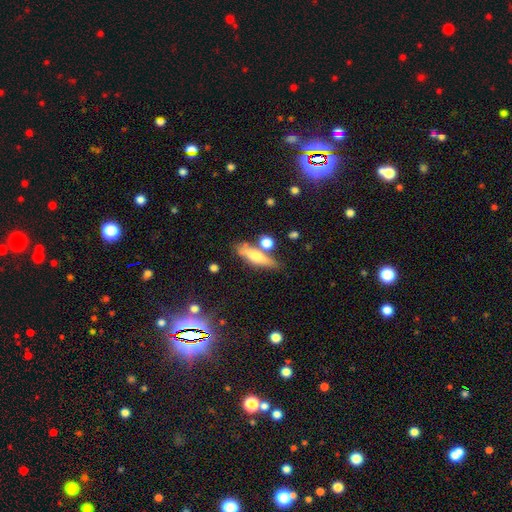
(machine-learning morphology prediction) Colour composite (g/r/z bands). It shows a smooth galaxy with no disk features (57%) that is cigar-shaped (64%). Merging: none (65%).